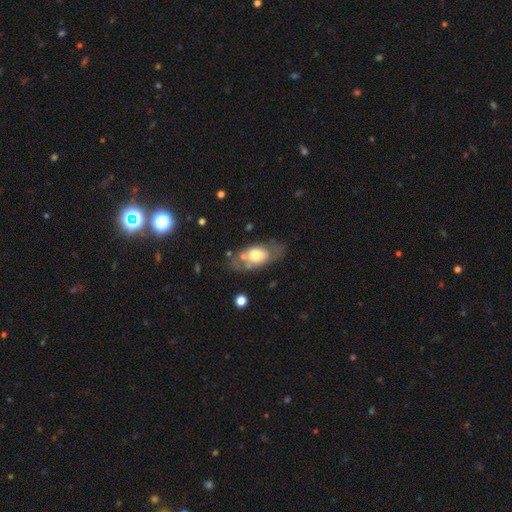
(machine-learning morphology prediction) Smooth or featured? Predicted: smooth (p=0.56). How rounded? Predicted: in between (p=0.85). Merging? Predicted: none (p=0.61).